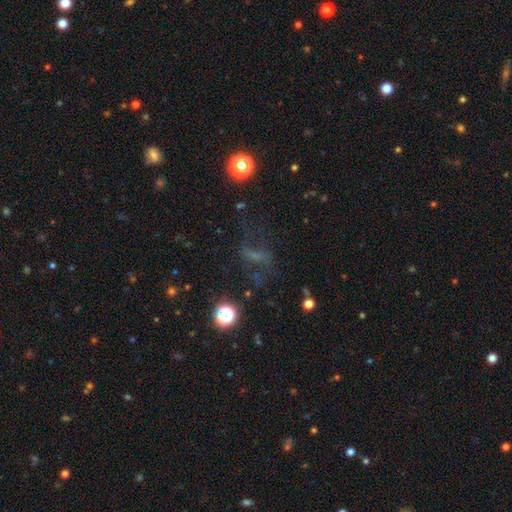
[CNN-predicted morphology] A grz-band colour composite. It shows a featured or disk galaxy (35%). Merging: none (55%).